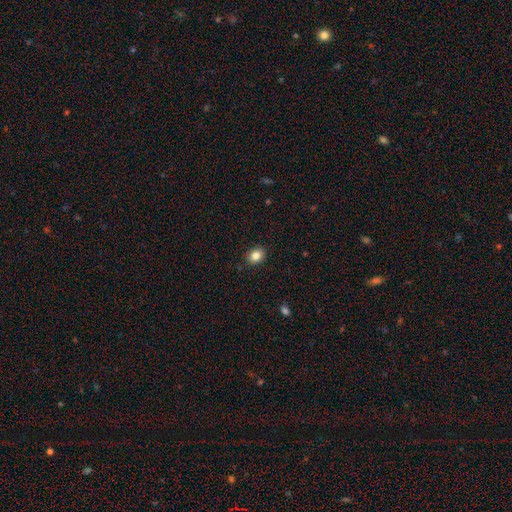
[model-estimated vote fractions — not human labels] Smooth or featured?
  - smooth: 83% *
  - star or artifact: 10%
  - featured or disk: 7%
How rounded?
  - in between: 55% *
  - round: 44%
  - cigar-shaped: 1%
Merging?
  - none: 90% *
  - minor disturbance: 8%
  - major disturbance: 2%
  - merger: 1%